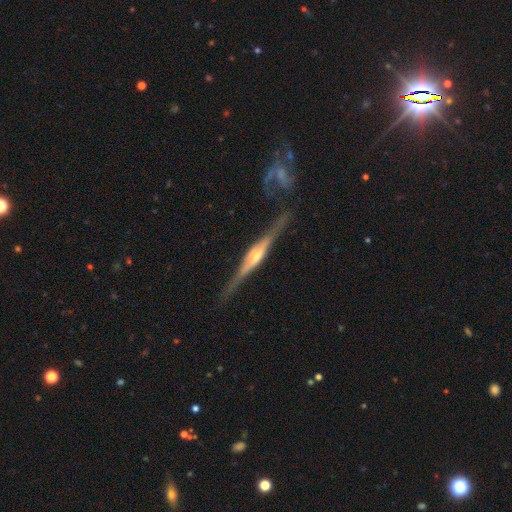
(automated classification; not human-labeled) Smooth or featured?
  - featured or disk: 82% *
  - smooth: 12%
  - star or artifact: 5%
Edge-on disk?
  - yes: 97% *
  - no: 3%
Edge-on bulge?
  - rounded: 71% *
  - boxy: 23%
  - none: 6%
Merging?
  - none: 81% *
  - minor disturbance: 13%
  - major disturbance: 4%
  - merger: 2%